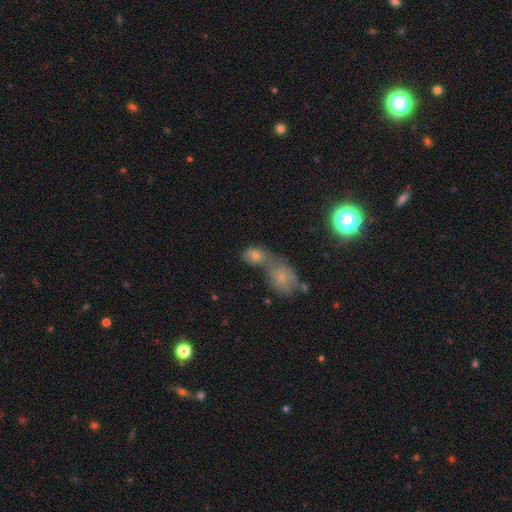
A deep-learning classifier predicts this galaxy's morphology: Smooth or featured?
  - smooth: 38% *
  - star or artifact: 34%
  - featured or disk: 28%
Merging?
  - merger: 41% * (tied)
  - none: 41% * (tied)
  - minor disturbance: 10%
  - major disturbance: 8%